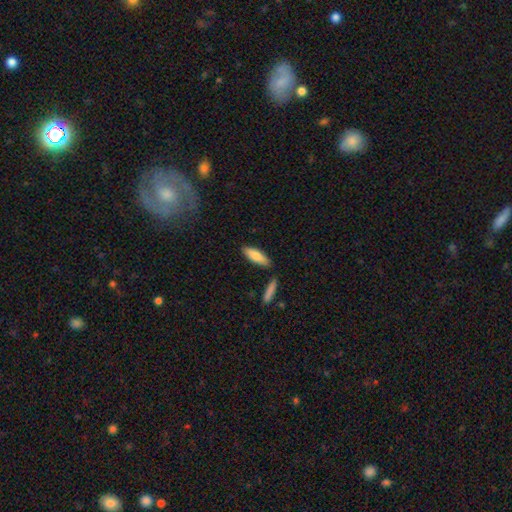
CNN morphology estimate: Smooth or featured? Predicted: smooth (p=0.82). How rounded? Predicted: in between (p=0.54). Merging? Predicted: none (p=0.80).